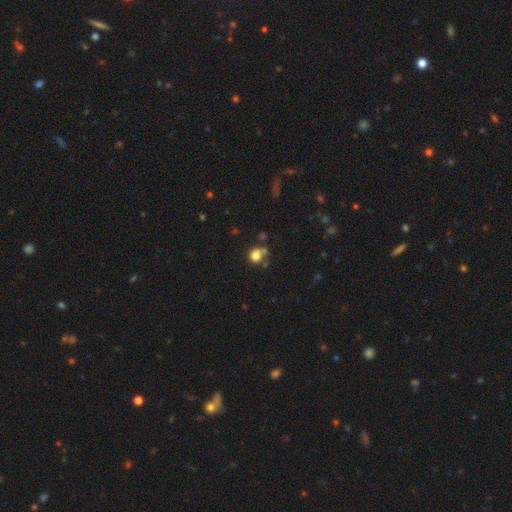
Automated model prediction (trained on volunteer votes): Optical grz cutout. It shows a smooth galaxy with no disk features (78%) that is round (81%). Merging: none (55%).